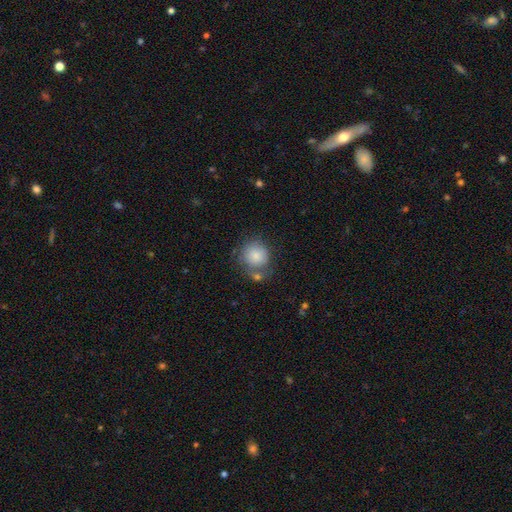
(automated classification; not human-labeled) A smooth galaxy with no disk features (80%) that is round (86%). Merging: none (53%).